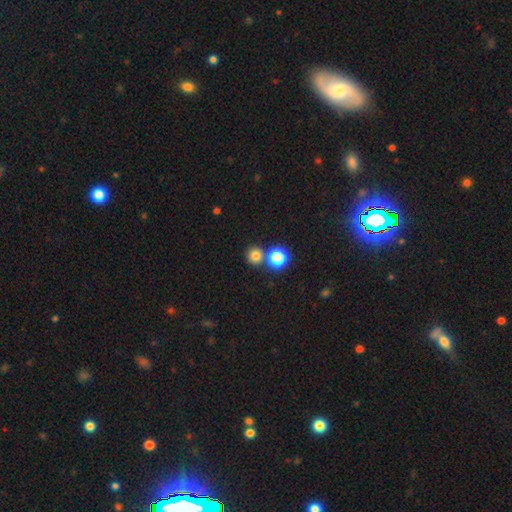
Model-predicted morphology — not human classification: Overall: smooth (78%). How rounded: round (93%). Merging: none (71%).